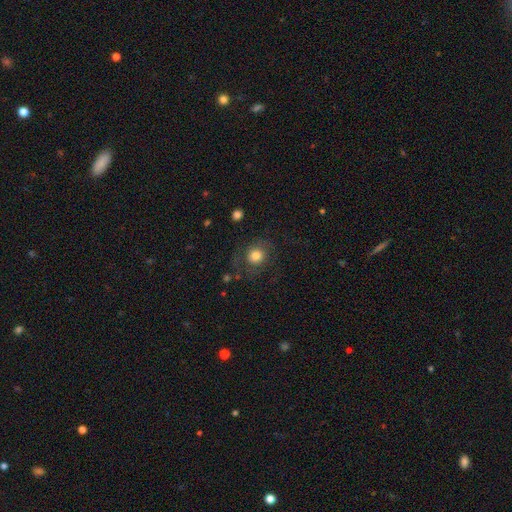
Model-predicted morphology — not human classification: smooth-or-featured: smooth: 75% | featured or disk: 15% | star or artifact: 10%
  how-rounded: round: 82% | in between: 17% | cigar-shaped: 1%
  merging: none: 72% | minor disturbance: 15% | major disturbance: 12% | merger: 2%